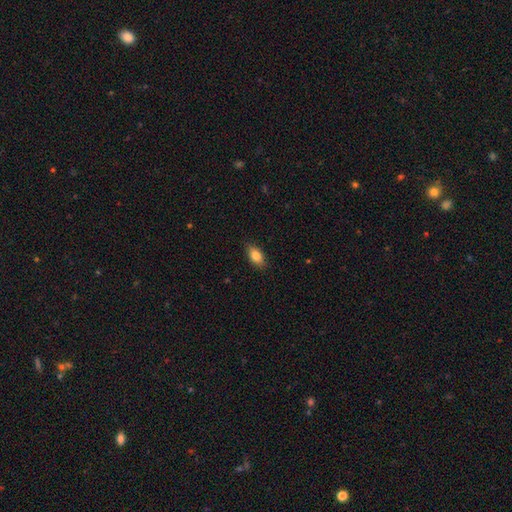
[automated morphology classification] A smooth galaxy with no disk features (83%) that is in between round and cigar-shaped (89%). Merging: none (86%).